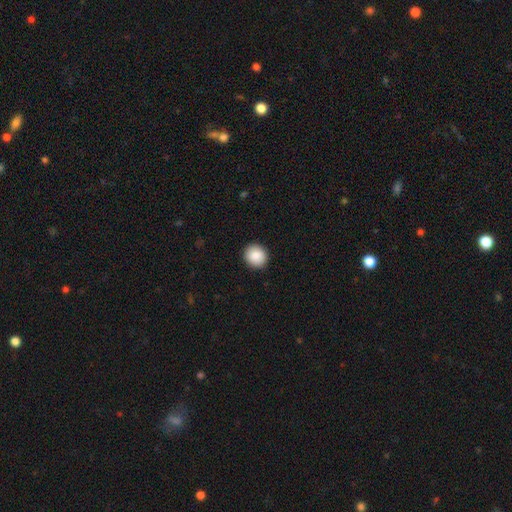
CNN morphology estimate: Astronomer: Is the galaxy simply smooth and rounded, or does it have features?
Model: smooth — 89%.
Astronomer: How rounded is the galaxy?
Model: round — 87%.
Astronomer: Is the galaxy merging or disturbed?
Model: none — 92%.